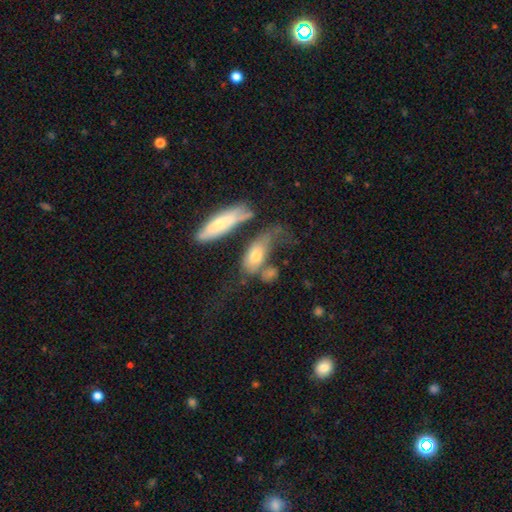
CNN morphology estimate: Smooth or featured: smooth — 62% (featured or disk — 30%)
How rounded: in between — 75% (cigar-shaped — 20%)
Merging: merger — 30% (major disturbance — 26%)